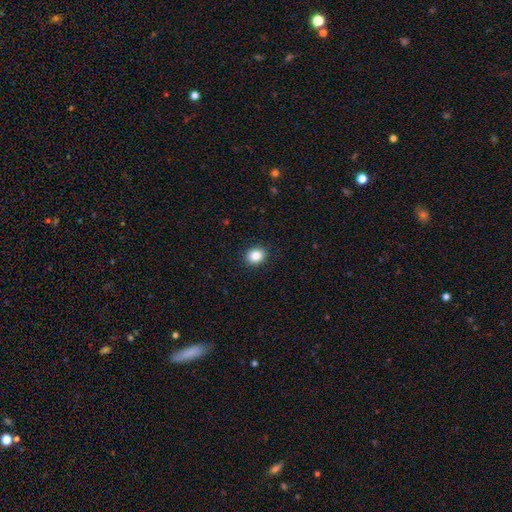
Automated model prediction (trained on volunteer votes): Morphology: type=smooth (85%); roundness=round (62%); merging=none (91%).